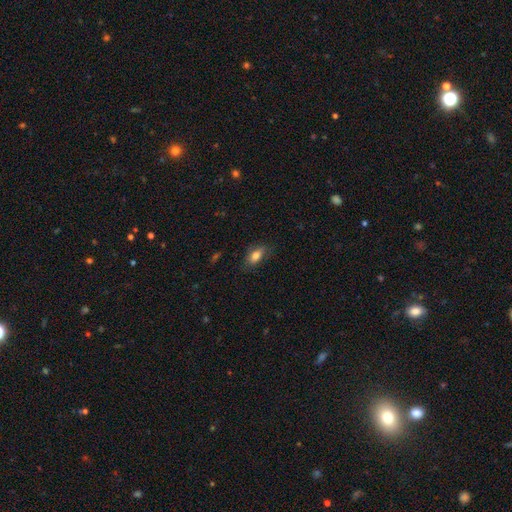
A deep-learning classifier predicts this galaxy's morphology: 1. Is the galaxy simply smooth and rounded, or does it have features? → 80% smooth, 13% featured or disk, 8% star or artifact.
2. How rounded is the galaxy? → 86% in between, 8% cigar-shaped, 6% round.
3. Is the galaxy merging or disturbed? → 76% none, 18% minor disturbance, 5% major disturbance, 1% merger.